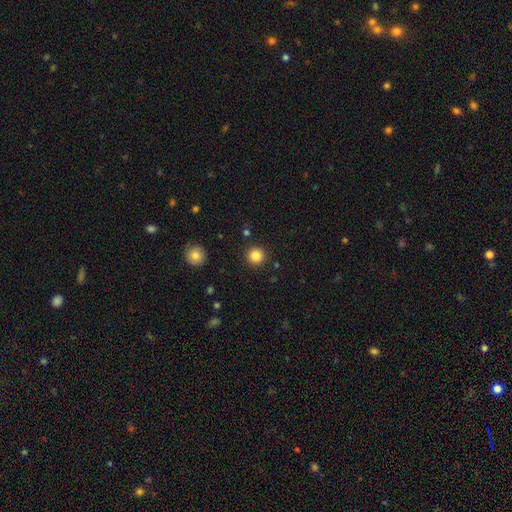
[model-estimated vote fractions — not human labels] The model was most divided on "smooth or featured": smooth: 85%, star or artifact: 11%, featured or disk: 4%. More confident: how rounded — round (95%); merging — none (91%).